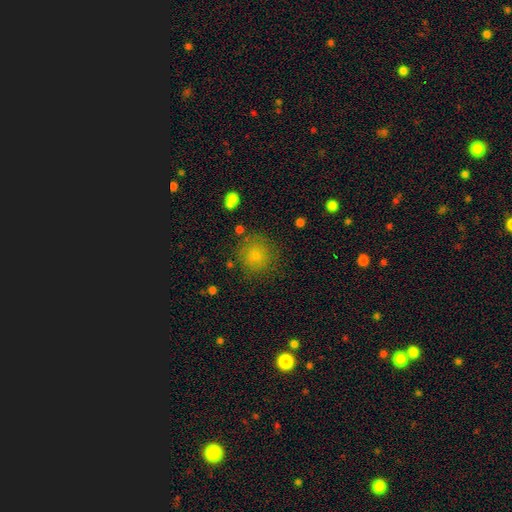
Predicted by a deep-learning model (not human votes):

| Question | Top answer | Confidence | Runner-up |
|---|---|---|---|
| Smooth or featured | smooth | 80% | star or artifact (12%) |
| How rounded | round | 90% | in between (9%) |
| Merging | none | 79% | minor disturbance (13%) |